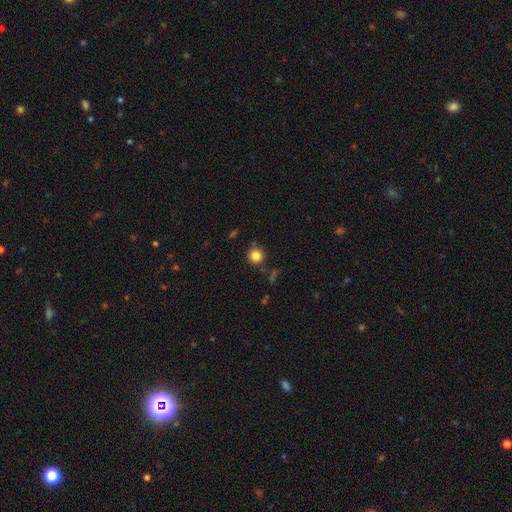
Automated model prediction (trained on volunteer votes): Smooth or featured: smooth — 83% (star or artifact — 11%)
How rounded: round — 92% (in between — 7%)
Merging: none — 83% (minor disturbance — 10%)